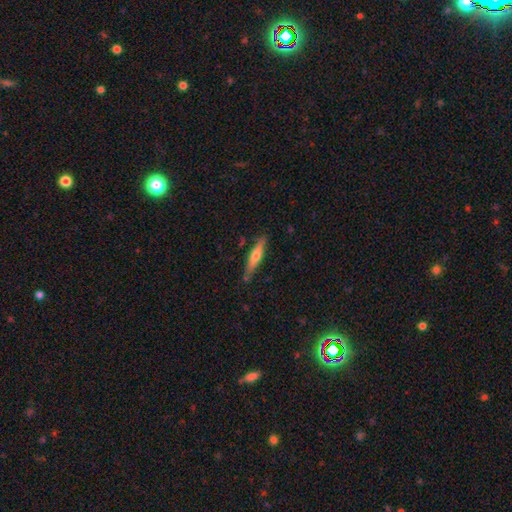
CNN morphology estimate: Q: Smooth or featured?
A: featured or disk (49%); runner-up: smooth (45%)
Q: Merging?
A: none (83%); runner-up: minor disturbance (12%)